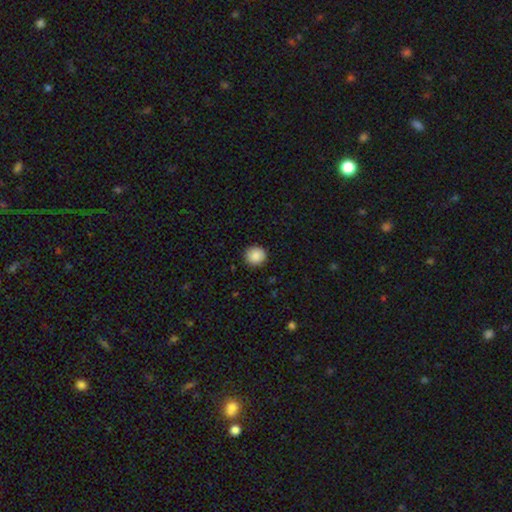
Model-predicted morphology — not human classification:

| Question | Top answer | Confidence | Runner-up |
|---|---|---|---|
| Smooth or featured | smooth | 89% | star or artifact (8%) |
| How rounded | round | 91% | in between (8%) |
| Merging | none | 91% | minor disturbance (6%) |